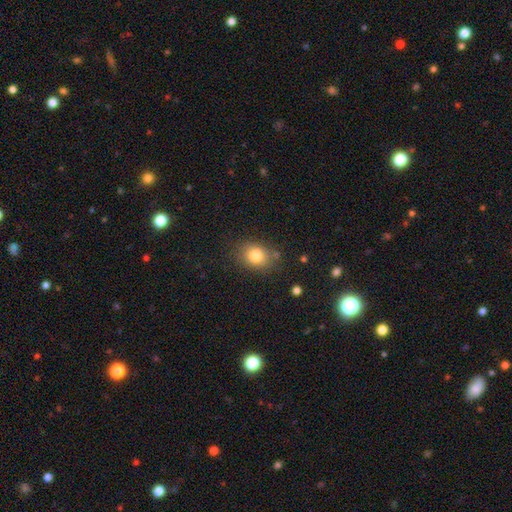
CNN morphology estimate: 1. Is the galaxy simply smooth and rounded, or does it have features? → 81% smooth, 10% star or artifact, 9% featured or disk.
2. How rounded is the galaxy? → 51% in between, 48% round, 1% cigar-shaped.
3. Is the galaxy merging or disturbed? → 78% none, 15% minor disturbance, 4% major disturbance, 3% merger.